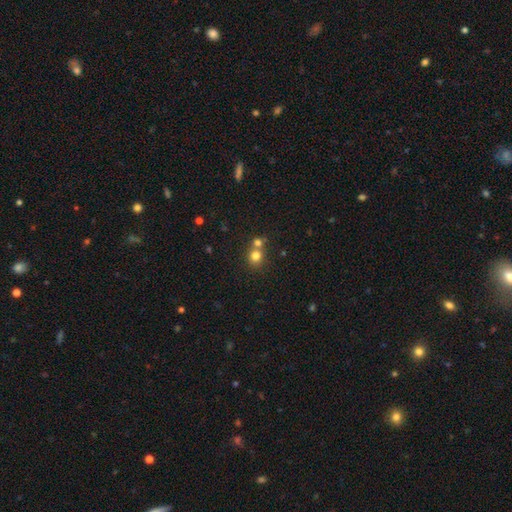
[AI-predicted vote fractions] A smooth galaxy with no disk features (78%) that is round (83%).

Vote fractions:
- Smooth or featured? smooth: 78% / star or artifact: 13% / featured or disk: 8%
- How rounded? round: 83% / in between: 16% / cigar-shaped: 1%
- Merging? none: 50% / merger: 42% / minor disturbance: 6% / major disturbance: 3%